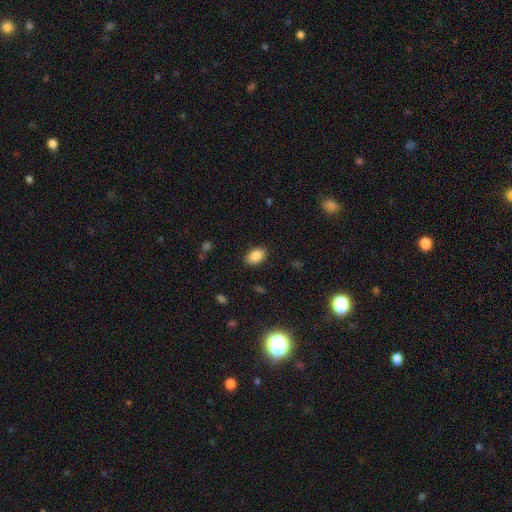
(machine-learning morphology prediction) This appears to be a smooth galaxy with no disk features (87%) that is in between round and cigar-shaped (91%). Merging: none (86%).